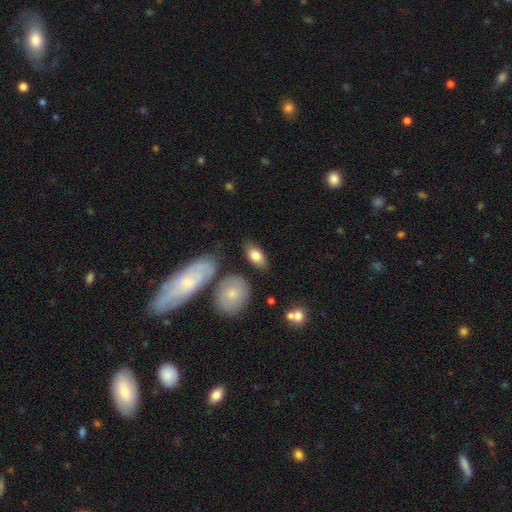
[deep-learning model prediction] This is likely a smooth galaxy (78%). How rounded: clearly in between (91%). Merging: likely none (77%).